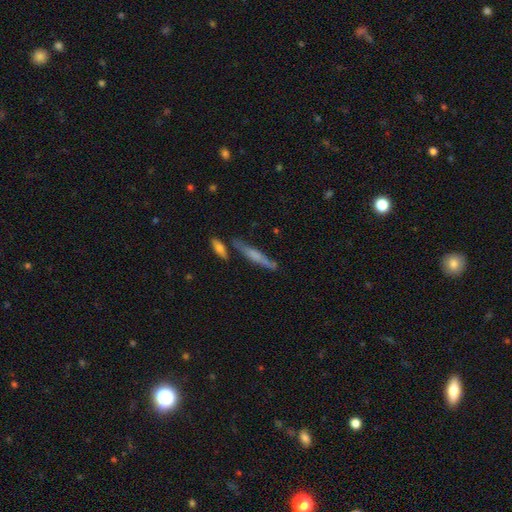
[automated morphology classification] smooth-or-featured: featured or disk: 50% | smooth: 42% | star or artifact: 9%
  merging: none: 71% | minor disturbance: 15% | merger: 9% | major disturbance: 4%